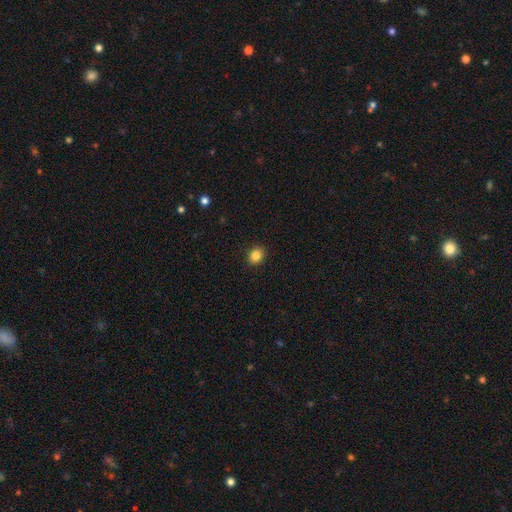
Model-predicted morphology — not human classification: Smooth or featured? smooth (85%)
How rounded? round (66%)
Merging? none (91%)